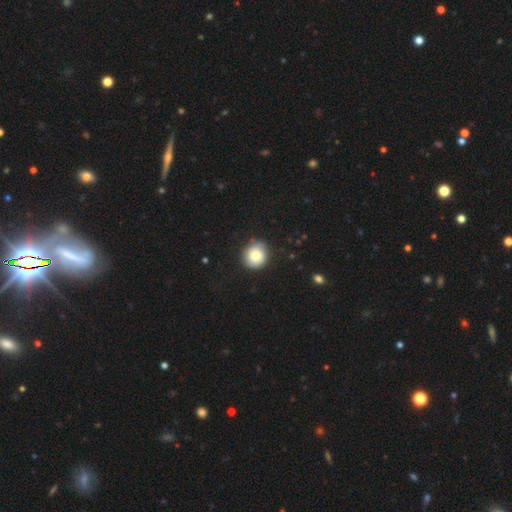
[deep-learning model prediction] This appears to be a smooth galaxy with no disk features (80%) that is round (86%). Merging: none (81%).